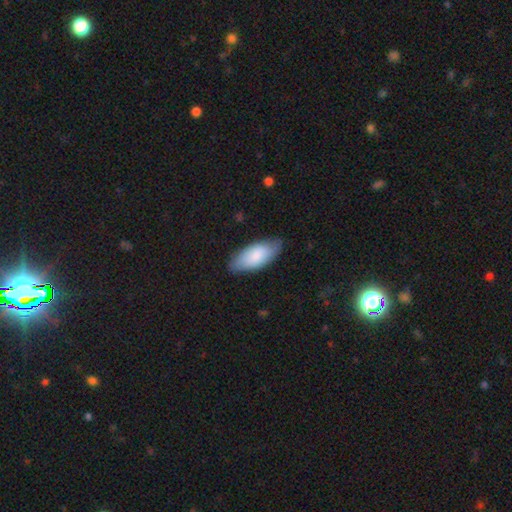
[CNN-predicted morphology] smooth-or-featured: smooth: 81% | featured or disk: 14% | star or artifact: 5%
  how-rounded: in between: 88% | cigar-shaped: 10% | round: 2%
  merging: none: 79% | minor disturbance: 17% | major disturbance: 3% | merger: 1%